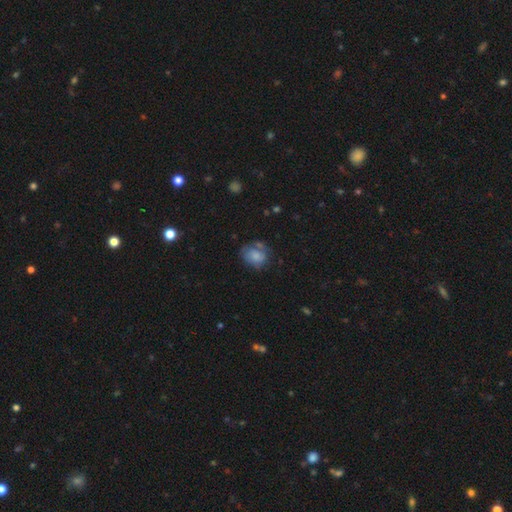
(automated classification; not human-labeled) A smooth galaxy with no disk features (71%) that is in between round and cigar-shaped (50%). Merging: none (49%).